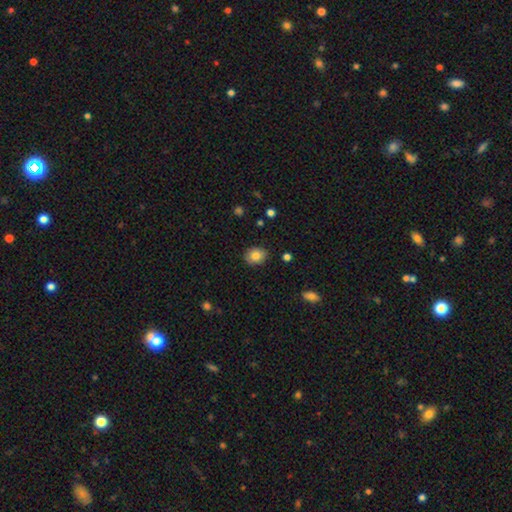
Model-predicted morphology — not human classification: Smooth or featured?
  - smooth: 82% *
  - featured or disk: 9%
  - star or artifact: 9%
How rounded?
  - round: 54% *
  - in between: 45%
  - cigar-shaped: 1%
Merging?
  - none: 87% *
  - minor disturbance: 10%
  - major disturbance: 2%
  - merger: 1%